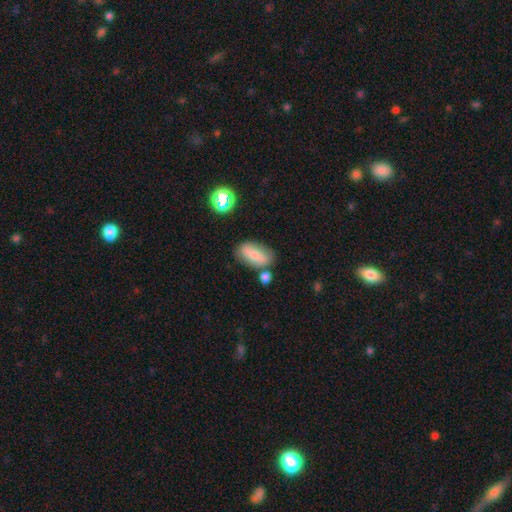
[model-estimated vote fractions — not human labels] Smooth or featured: smooth — 69% (featured or disk — 22%)
How rounded: in between — 87% (cigar-shaped — 7%)
Merging: none — 67% (minor disturbance — 17%)